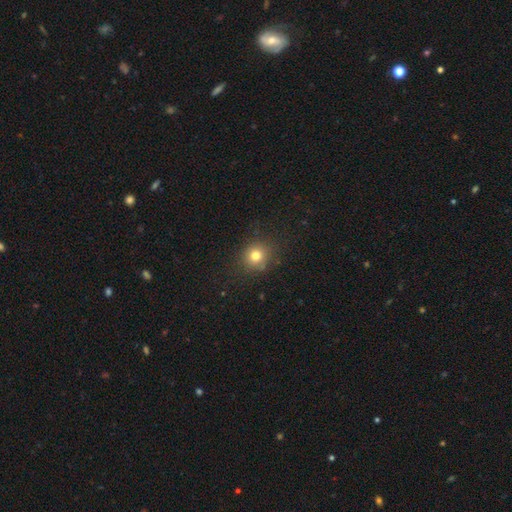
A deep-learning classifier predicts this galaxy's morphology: Smooth or featured: smooth — 77% (star or artifact — 15%)
How rounded: round — 86% (in between — 13%)
Merging: none — 84% (minor disturbance — 10%)